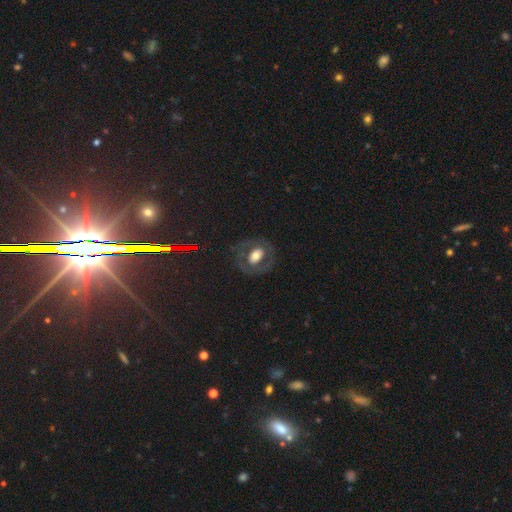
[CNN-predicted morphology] smooth-or-featured: featured or disk: 48% | smooth: 42% | star or artifact: 9%
  merging: none: 73% | minor disturbance: 14% | major disturbance: 11% | merger: 1%